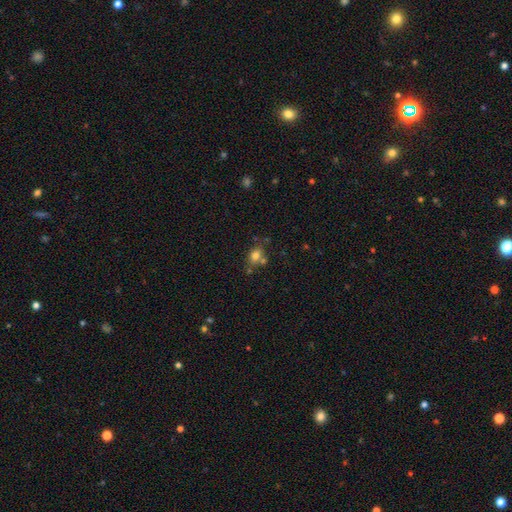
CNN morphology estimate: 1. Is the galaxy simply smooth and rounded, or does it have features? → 76% smooth, 13% star or artifact, 12% featured or disk.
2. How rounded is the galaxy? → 56% in between, 43% round, 1% cigar-shaped.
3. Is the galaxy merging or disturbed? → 57% none, 24% merger, 15% minor disturbance, 5% major disturbance.